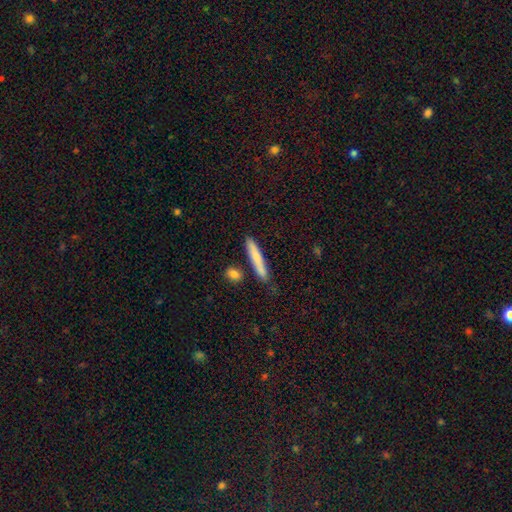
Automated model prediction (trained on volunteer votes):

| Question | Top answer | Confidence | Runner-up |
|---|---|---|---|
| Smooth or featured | smooth | 76% | featured or disk (18%) |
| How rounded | cigar-shaped | 91% | in between (7%) |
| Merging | none | 78% | minor disturbance (13%) |